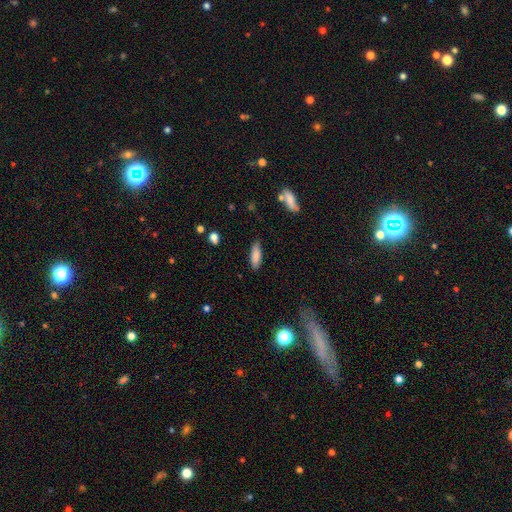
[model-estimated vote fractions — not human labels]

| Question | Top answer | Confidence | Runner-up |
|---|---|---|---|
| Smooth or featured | smooth | 84% | featured or disk (9%) |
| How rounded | in between | 52% | cigar-shaped (46%) |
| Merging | none | 84% | minor disturbance (12%) |